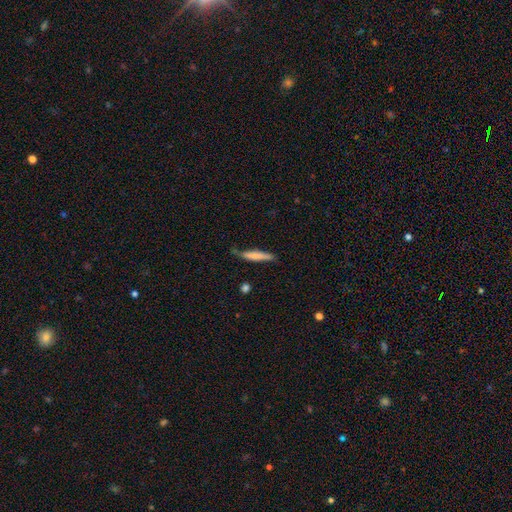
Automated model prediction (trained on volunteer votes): A smooth galaxy with no disk features (73%) that is cigar-shaped (89%). Merging: none (68%).